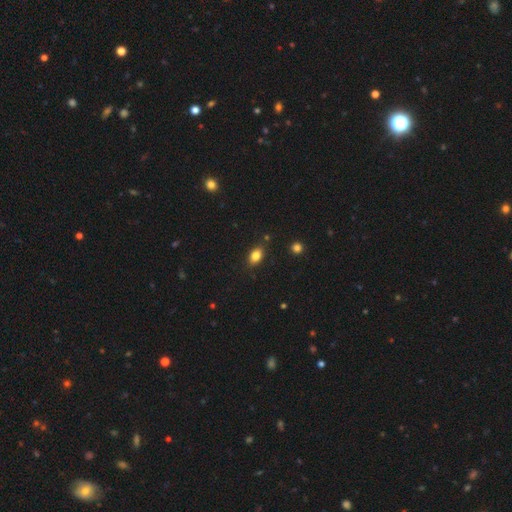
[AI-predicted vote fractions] smooth 81%, star or artifact 10%, featured or disk 9%. Down the decision tree: how rounded — in between (84%); merging — none (83%).